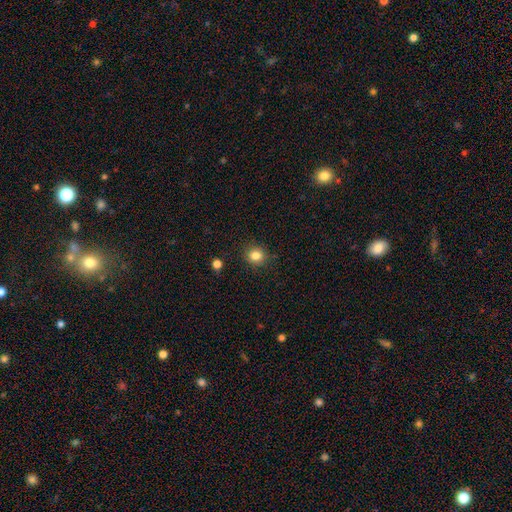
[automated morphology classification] smooth 83%, star or artifact 12%, featured or disk 6%. Down the decision tree: how rounded — round (86%); merging — none (89%).